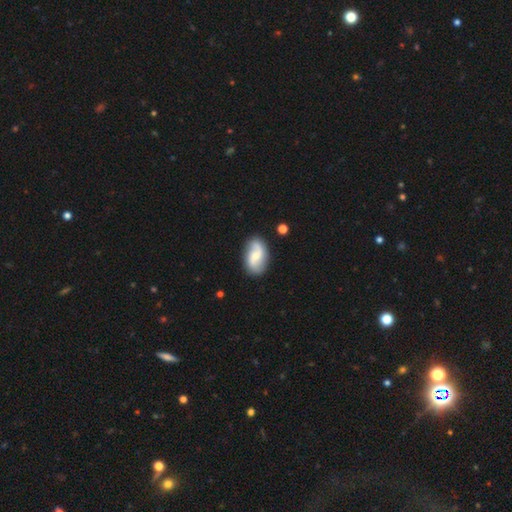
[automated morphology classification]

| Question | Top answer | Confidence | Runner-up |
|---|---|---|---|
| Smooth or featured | featured or disk | 67% | smooth (27%) |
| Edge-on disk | no | 97% | yes (3%) |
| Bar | no | 45% | weak (43%) |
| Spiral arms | yes | 93% | no (7%) |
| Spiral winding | loose | 64% | medium (26%) |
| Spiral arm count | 2 | 89% | can't tell (5%) |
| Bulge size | small | 49% | moderate (39%) |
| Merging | none | 82% | minor disturbance (12%) |